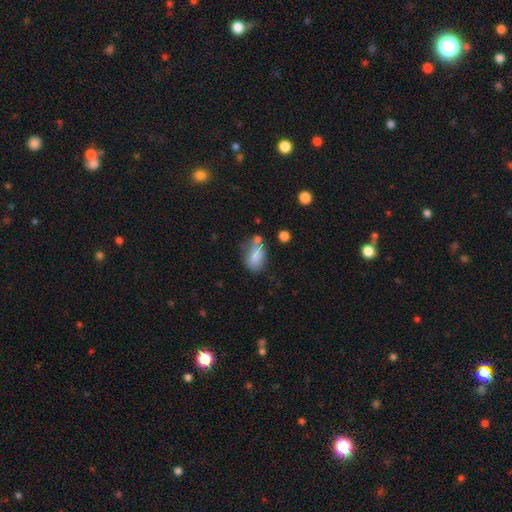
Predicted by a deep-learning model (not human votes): smooth_or_featured: smooth (p=0.80) [alt: featured or disk p=0.11]
how_rounded: in between (p=0.86) [alt: round p=0.09]
merging: none (p=0.46) [alt: minor disturbance p=0.27]